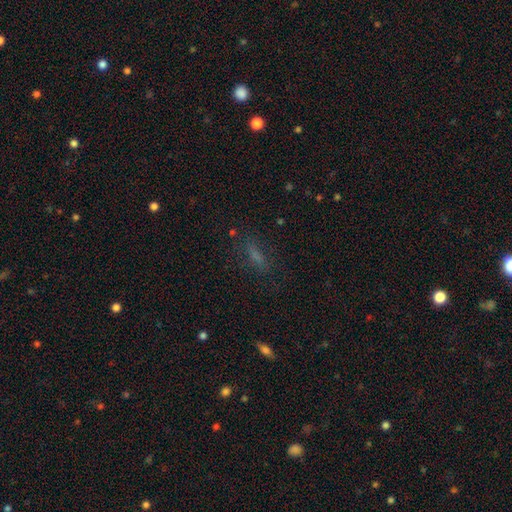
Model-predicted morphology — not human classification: Q: Smooth or featured?
A: smooth (56%); runner-up: star or artifact (25%)
Q: How rounded?
A: cigar-shaped (48%); runner-up: in between (46%)
Q: Merging?
A: none (72%); runner-up: minor disturbance (16%)